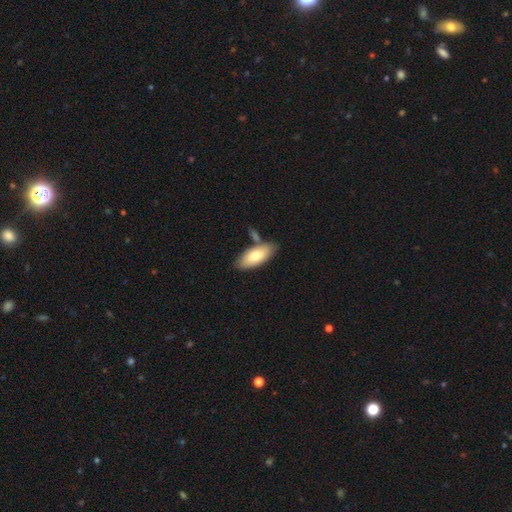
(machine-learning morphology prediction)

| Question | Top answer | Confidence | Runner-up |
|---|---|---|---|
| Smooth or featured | smooth | 75% | featured or disk (19%) |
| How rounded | in between | 85% | cigar-shaped (13%) |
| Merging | none | 69% | merger (14%) |